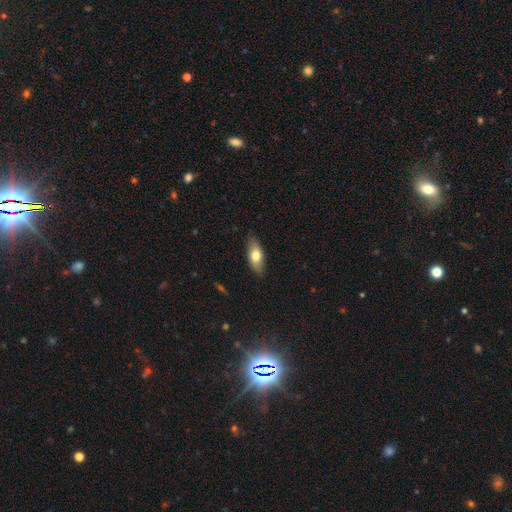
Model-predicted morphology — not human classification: smooth_or_featured: smooth (p=0.71) [alt: featured or disk p=0.23]
how_rounded: in between (p=0.82) [alt: cigar-shaped p=0.15]
merging: none (p=0.84) [alt: minor disturbance p=0.13]